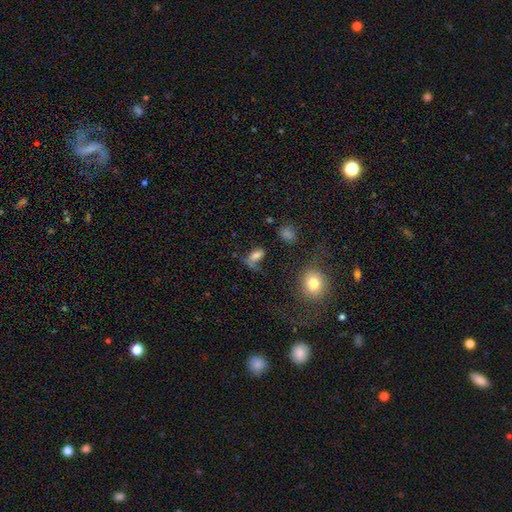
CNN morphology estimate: This is likely a smooth galaxy (69%). How rounded: clearly in between (81%). Merging: marginally none (37%).